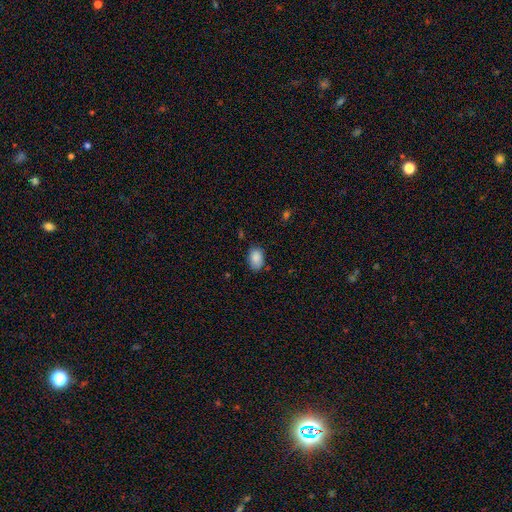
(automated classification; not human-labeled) Smooth or featured? Predicted: smooth (p=0.88). How rounded? Predicted: in between (p=0.87). Merging? Predicted: none (p=0.75).